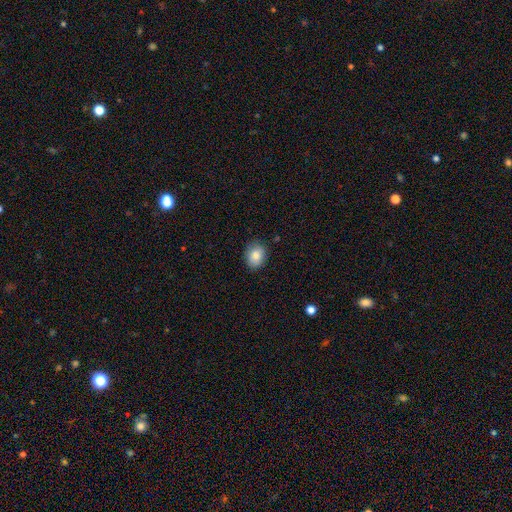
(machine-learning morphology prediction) smooth 84%, star or artifact 8%, featured or disk 8%. Down the decision tree: how rounded — in between (52%); merging — none (83%).